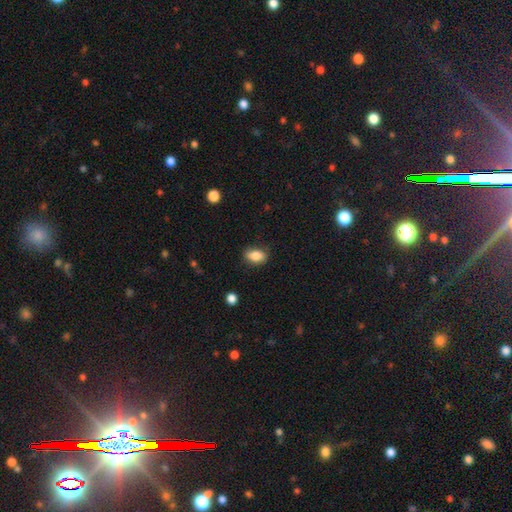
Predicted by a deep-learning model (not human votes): smooth_or_featured: smooth (p=0.84) [alt: star or artifact p=0.08]
how_rounded: in between (p=0.84) [alt: round p=0.14]
merging: none (p=0.79) [alt: minor disturbance p=0.16]